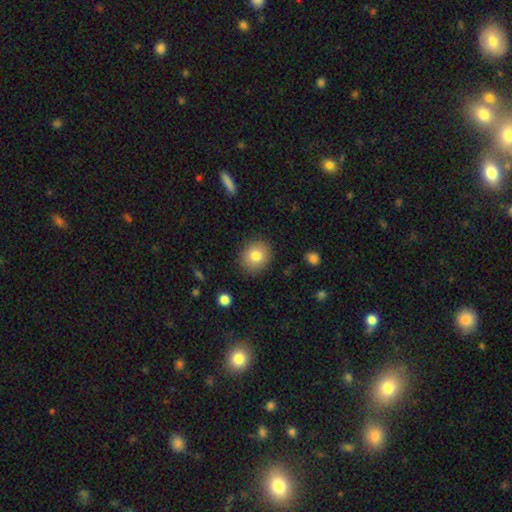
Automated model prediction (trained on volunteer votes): smooth 79%, featured or disk 11%, star or artifact 9%. Down the decision tree: how rounded — round (75%); merging — none (87%).